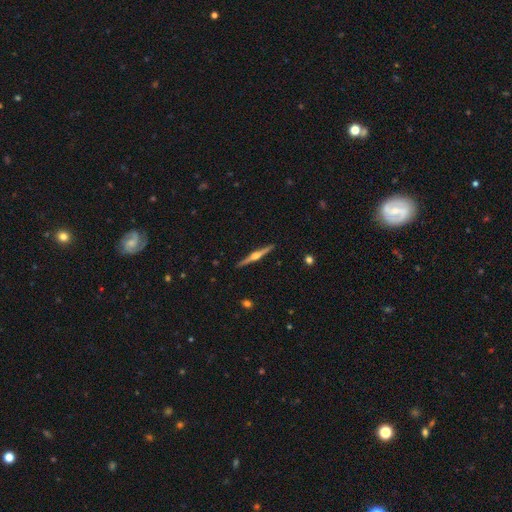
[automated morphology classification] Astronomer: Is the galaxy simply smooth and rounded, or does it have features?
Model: featured or disk — 82%.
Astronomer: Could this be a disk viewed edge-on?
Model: yes — 99%.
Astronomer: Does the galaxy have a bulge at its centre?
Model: rounded — 94%.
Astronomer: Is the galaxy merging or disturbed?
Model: none — 92%.